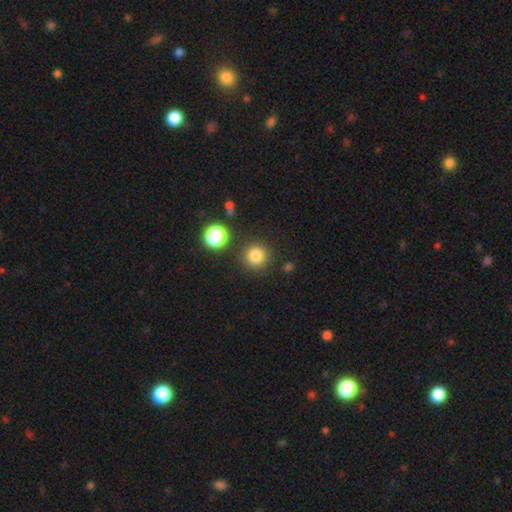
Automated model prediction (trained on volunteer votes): Smooth or featured?
  - smooth: 81% *
  - star or artifact: 14%
  - featured or disk: 5%
How rounded?
  - round: 94% *
  - in between: 5%
  - cigar-shaped: 1%
Merging?
  - none: 86% *
  - minor disturbance: 7%
  - merger: 4%
  - major disturbance: 3%